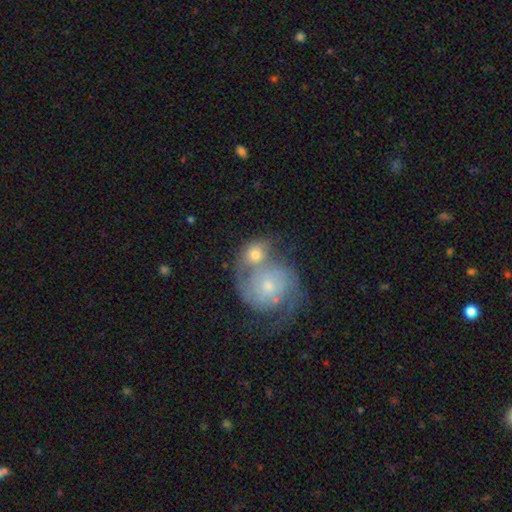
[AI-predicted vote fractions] The model was most divided on "spiral winding": medium: 44%, tight: 37%, loose: 19%. More confident: edge-on disk — no (98%); spiral arms — yes (91%); spiral arm count — 2 (78%); smooth or featured — featured or disk (71%); bar — no (70%); bulge size — small (59%); merging — merger (53%).